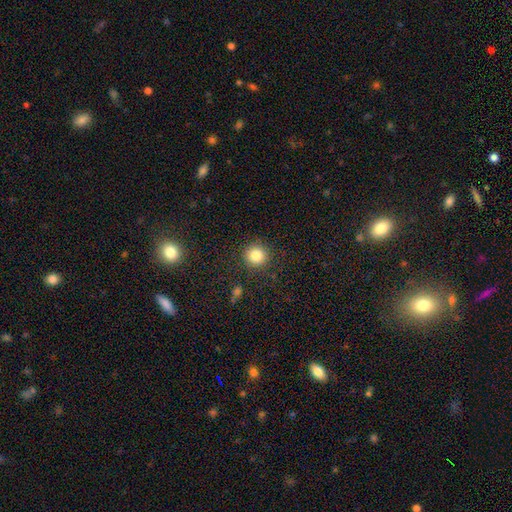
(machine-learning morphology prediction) type=smooth (84%); roundness=round (94%); merging=none (89%).